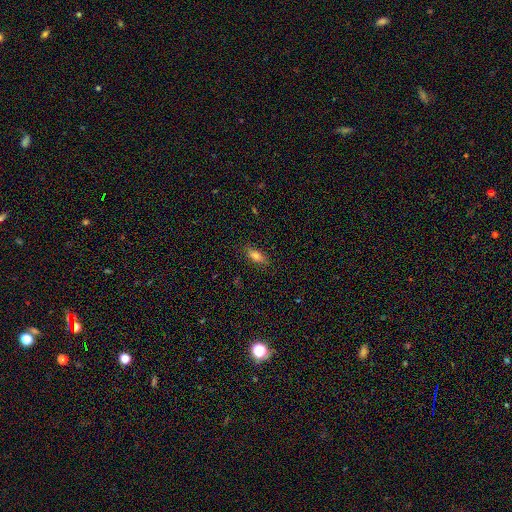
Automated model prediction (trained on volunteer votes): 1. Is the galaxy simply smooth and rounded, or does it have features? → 79% smooth, 11% featured or disk, 10% star or artifact.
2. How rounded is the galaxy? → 79% in between, 16% cigar-shaped, 4% round.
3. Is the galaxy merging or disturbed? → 83% none, 13% minor disturbance, 3% major disturbance, 1% merger.